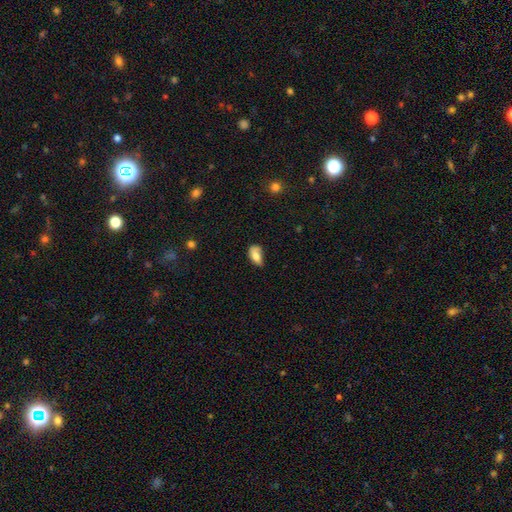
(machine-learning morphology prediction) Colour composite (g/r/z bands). It shows a smooth galaxy with no disk features (76%) that is in between round and cigar-shaped (89%). Merging: minor disturbance (40%).